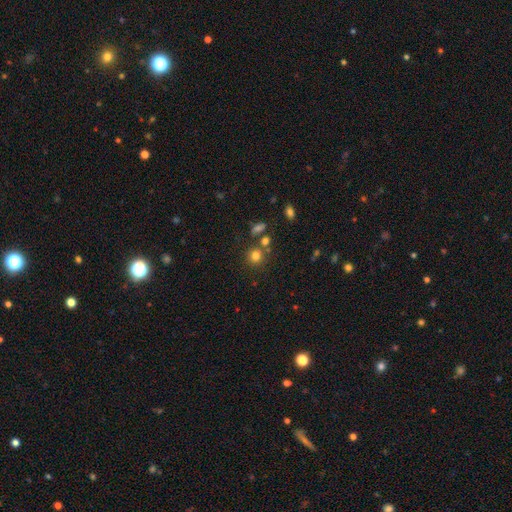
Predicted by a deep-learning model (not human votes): This is likely a smooth galaxy (78%). How rounded: clearly round (87%). Merging: likely none (72%).